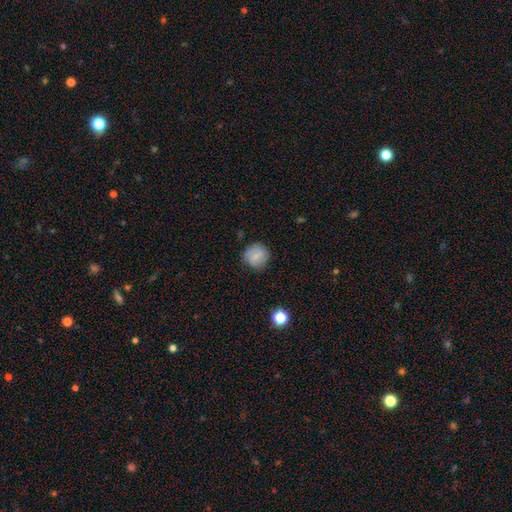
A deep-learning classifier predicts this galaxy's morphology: smooth-or-featured: smooth: 62% | featured or disk: 29% | star or artifact: 9%
  how-rounded: round: 88% | in between: 11% | cigar-shaped: 1%
  merging: none: 77% | minor disturbance: 17% | major disturbance: 5% | merger: 1%